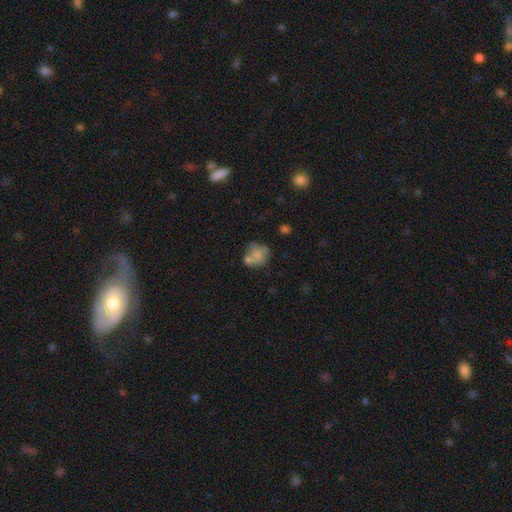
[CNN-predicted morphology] Smooth or featured? Predicted: smooth (p=0.71). How rounded? Predicted: round (p=0.76). Merging? Predicted: none (p=0.45).